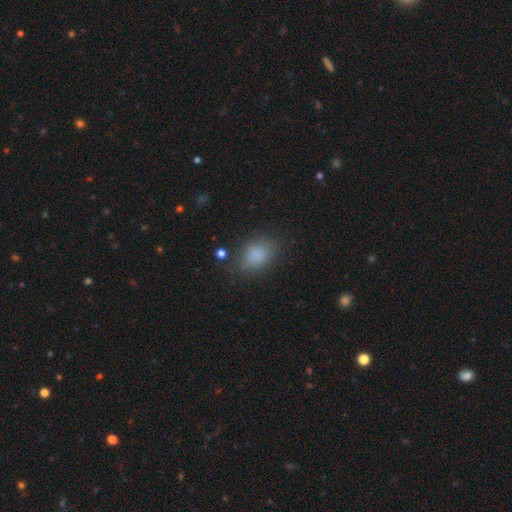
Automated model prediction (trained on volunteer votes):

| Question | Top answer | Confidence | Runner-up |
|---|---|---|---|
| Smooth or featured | smooth | 82% | star or artifact (11%) |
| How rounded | in between | 74% | round (24%) |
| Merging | none | 68% | minor disturbance (21%) |